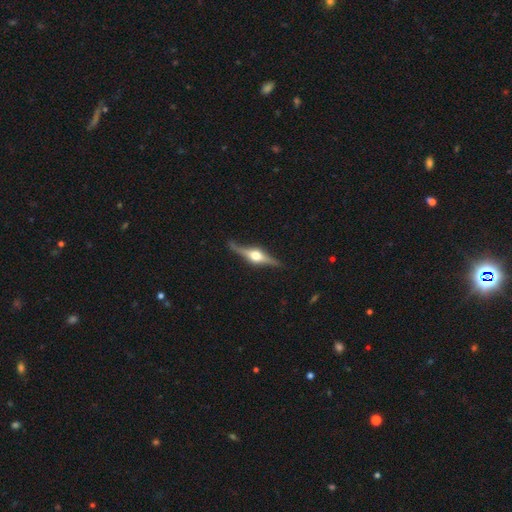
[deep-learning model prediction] A featured or disk galaxy (84%) viewed edge-on (97%) with a rounded central bulge (95%). Merging: none (85%).